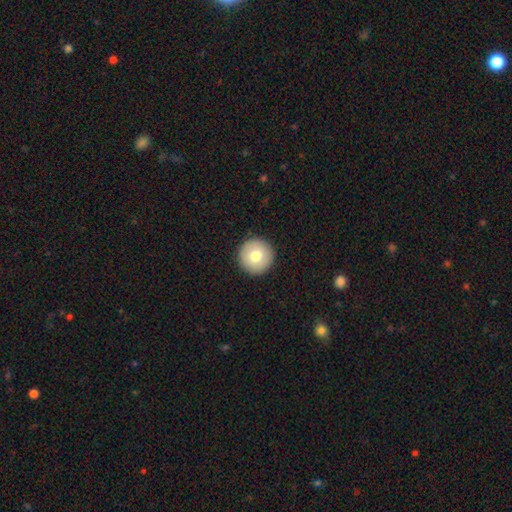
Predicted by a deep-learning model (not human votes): smooth-or-featured: smooth: 76% | featured or disk: 16% | star or artifact: 8%
  how-rounded: round: 96% | in between: 3% | cigar-shaped: 1%
  merging: none: 93% | minor disturbance: 5% | major disturbance: 2% | merger: 1%